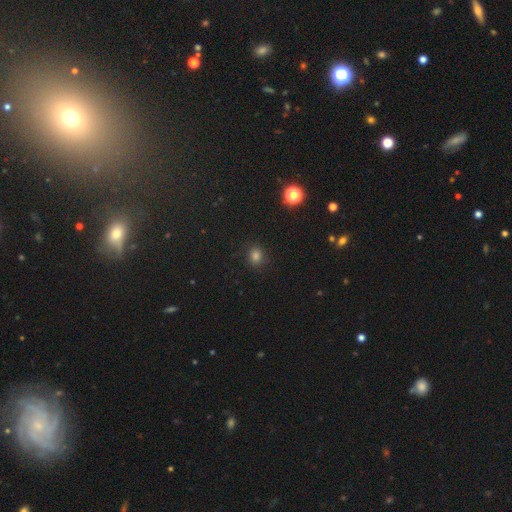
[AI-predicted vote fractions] Morphology: type=smooth (78%); roundness=round (70%); merging=none (87%).